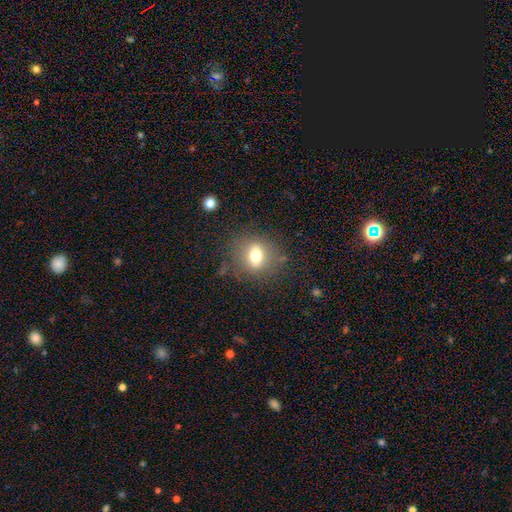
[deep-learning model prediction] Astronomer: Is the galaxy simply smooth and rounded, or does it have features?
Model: smooth — 65%.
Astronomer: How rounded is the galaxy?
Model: round — 56% (runner-up: in between, 41%).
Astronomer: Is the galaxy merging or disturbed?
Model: none — 76%.